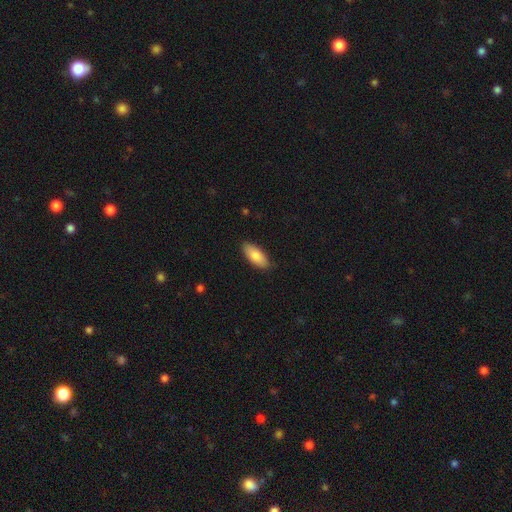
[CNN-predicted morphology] Q: Smooth or featured?
A: smooth (84%); runner-up: featured or disk (11%)
Q: How rounded?
A: in between (84%); runner-up: cigar-shaped (15%)
Q: Merging?
A: none (86%); runner-up: minor disturbance (11%)